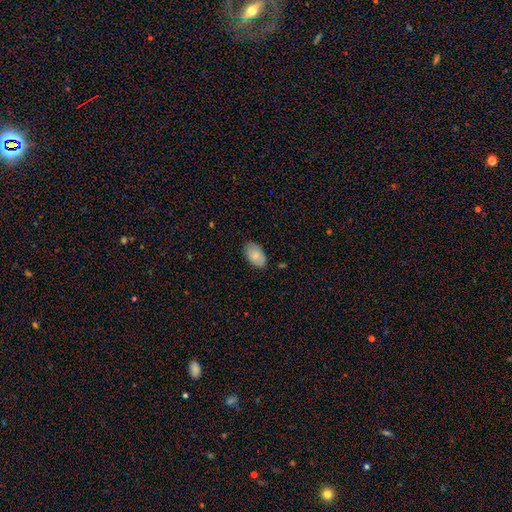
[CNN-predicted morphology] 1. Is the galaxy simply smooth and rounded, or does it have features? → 83% smooth, 10% featured or disk, 6% star or artifact.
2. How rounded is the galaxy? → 94% in between, 5% round, 1% cigar-shaped.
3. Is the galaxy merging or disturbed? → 84% none, 13% minor disturbance, 2% major disturbance, 1% merger.